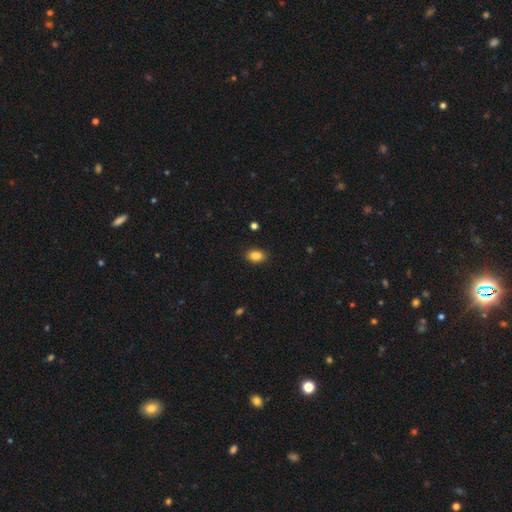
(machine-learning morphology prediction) This appears to be a smooth galaxy with no disk features (86%) that is in between round and cigar-shaped (80%). Merging: none (89%).